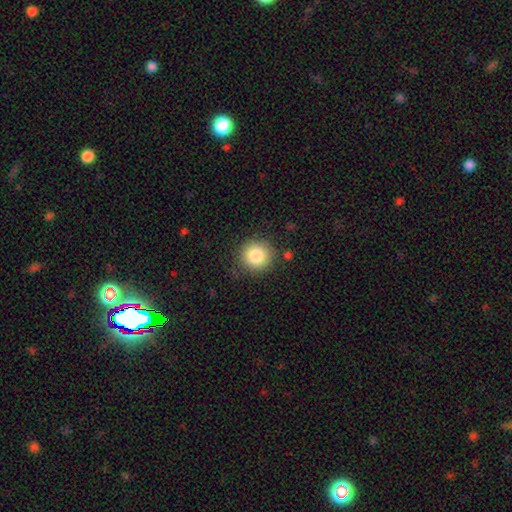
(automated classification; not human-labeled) A smooth galaxy with no disk features (84%) that is round (92%).

Vote fractions:
- Smooth or featured? smooth: 84% / star or artifact: 10% / featured or disk: 6%
- How rounded? round: 92% / in between: 7% / cigar-shaped: 1%
- Merging? none: 83% / minor disturbance: 11% / major disturbance: 4% / merger: 2%